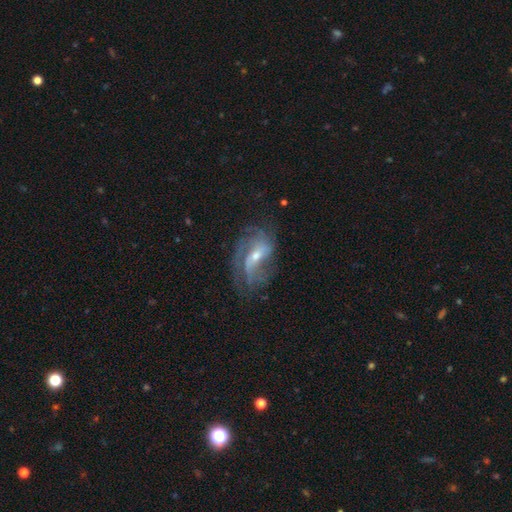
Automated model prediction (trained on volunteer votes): A featured or disk galaxy (80%) with a weak bar (45%), 2 (37%) medium (41%) spiral arms (89%) and a small central bulge (50%). Merging: none (55%).